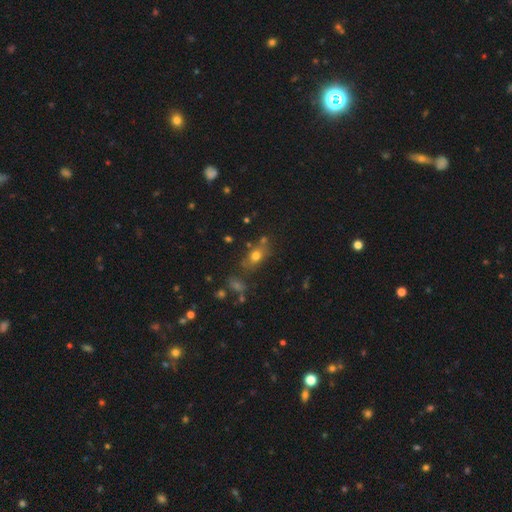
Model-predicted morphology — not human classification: This is likely a smooth galaxy (70%). How rounded: likely in between (66%). Merging: likely none (62%).